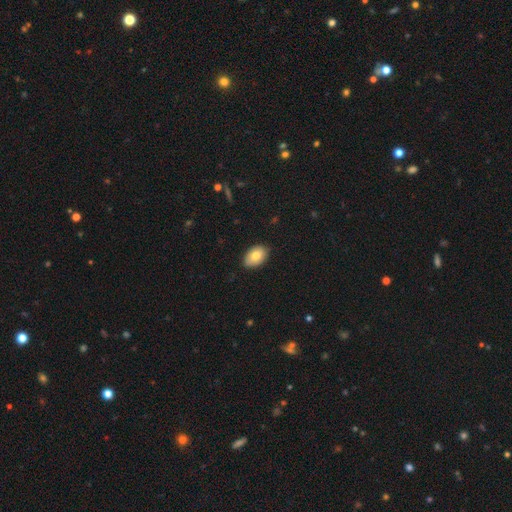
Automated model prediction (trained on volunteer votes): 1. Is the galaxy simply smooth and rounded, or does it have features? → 78% smooth, 15% featured or disk, 7% star or artifact.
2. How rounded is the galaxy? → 89% in between, 10% round, 1% cigar-shaped.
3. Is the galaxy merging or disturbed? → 86% none, 11% minor disturbance, 2% major disturbance, 1% merger.